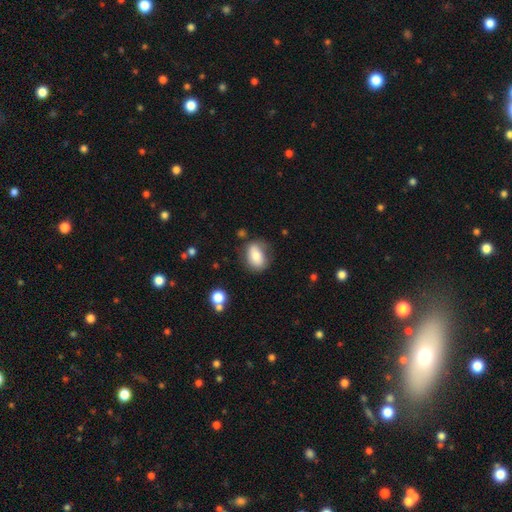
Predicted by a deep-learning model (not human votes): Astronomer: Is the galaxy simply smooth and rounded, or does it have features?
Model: smooth — 74%.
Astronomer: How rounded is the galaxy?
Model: in between — 77%.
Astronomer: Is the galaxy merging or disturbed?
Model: none — 64%.